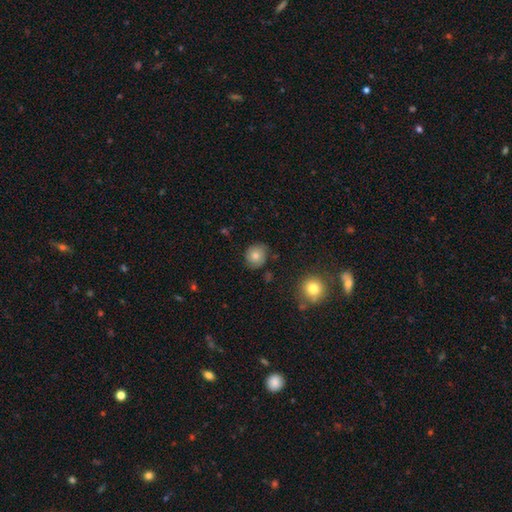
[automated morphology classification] Q: Smooth or featured?
A: smooth (75%); runner-up: featured or disk (15%)
Q: How rounded?
A: round (82%); runner-up: in between (17%)
Q: Merging?
A: none (79%); runner-up: minor disturbance (15%)